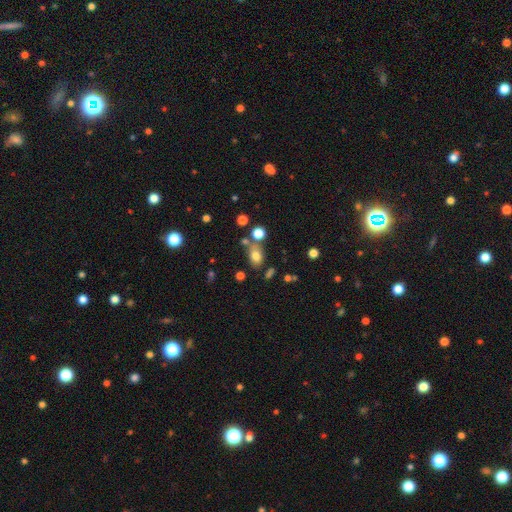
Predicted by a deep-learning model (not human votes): Smooth or featured?
  - smooth: 75% *
  - star or artifact: 13%
  - featured or disk: 12%
How rounded?
  - in between: 75% *
  - round: 24%
  - cigar-shaped: 2%
Merging?
  - none: 62% *
  - merger: 17%
  - minor disturbance: 15%
  - major disturbance: 6%